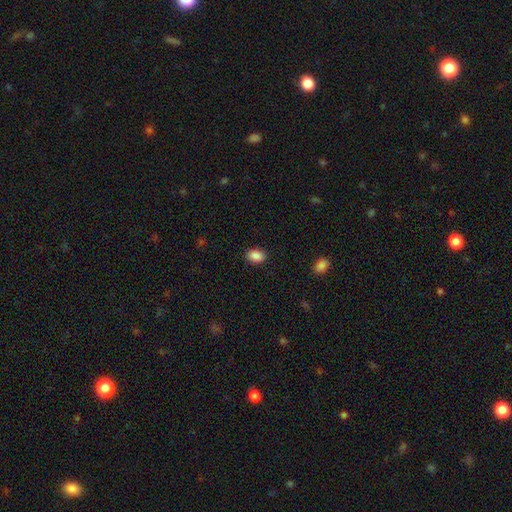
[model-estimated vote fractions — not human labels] The model was most divided on "how rounded": in between: 82%, round: 17%, cigar-shaped: 1%. More confident: smooth or featured — smooth (88%); merging — none (88%).